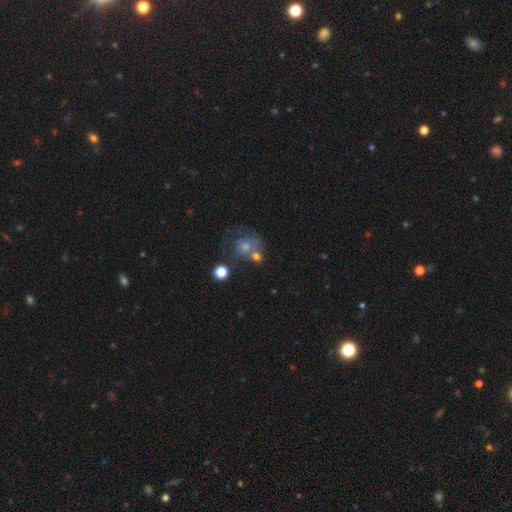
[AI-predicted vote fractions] Smooth or featured?
  - smooth: 51% *
  - featured or disk: 30%
  - star or artifact: 19%
How rounded?
  - round: 69% *
  - in between: 30%
  - cigar-shaped: 1%
Merging?
  - none: 37% *
  - merger: 26%
  - major disturbance: 19%
  - minor disturbance: 17%